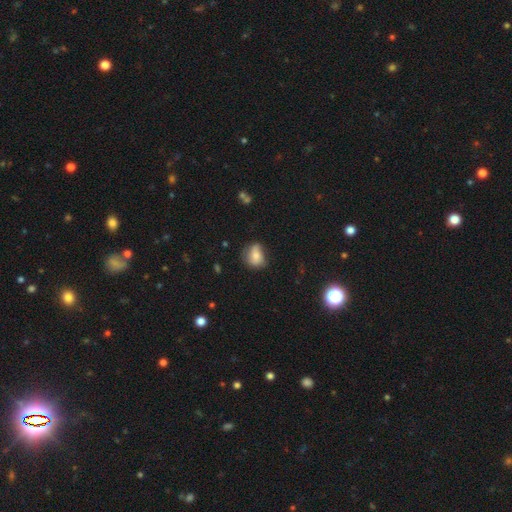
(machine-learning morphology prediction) type=smooth (68%); roundness=in between (50%); merging=none (50%).